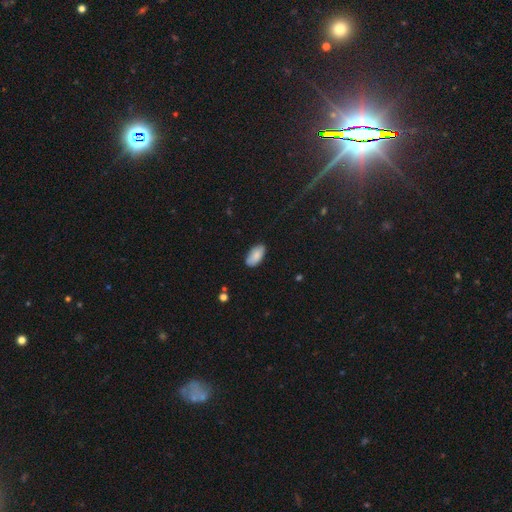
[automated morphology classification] smooth 86%, featured or disk 8%, star or artifact 7%. Down the decision tree: how rounded — in between (95%); merging — none (81%).